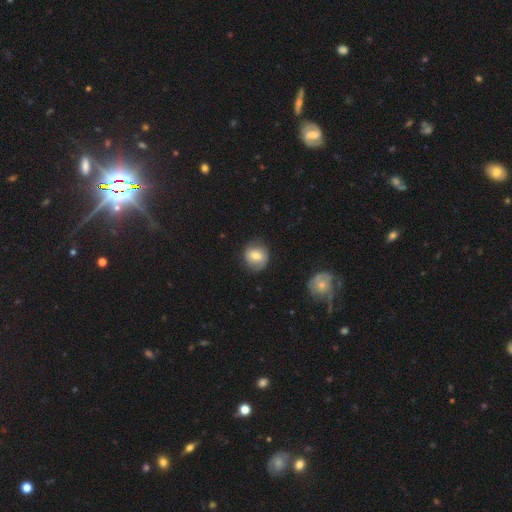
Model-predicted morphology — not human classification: Smooth or featured? Predicted: smooth (p=0.66). How rounded? Predicted: round (p=0.79). Merging? Predicted: none (p=0.78).